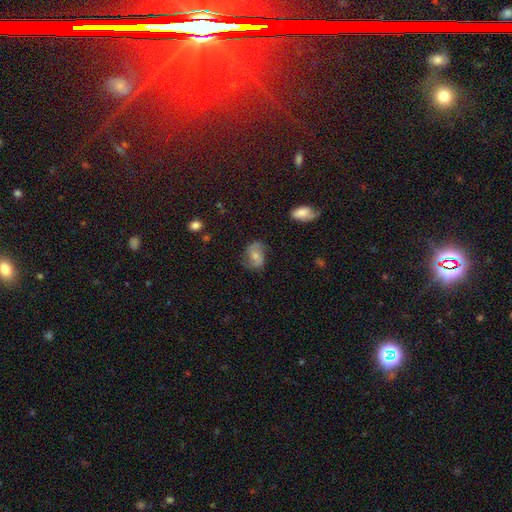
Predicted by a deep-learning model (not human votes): smooth-or-featured: featured or disk: 51% | smooth: 40% | star or artifact: 9%
  disk-edge-on: no: 96% | yes: 4%
  merging: none: 65% | minor disturbance: 23% | major disturbance: 10% | merger: 2%